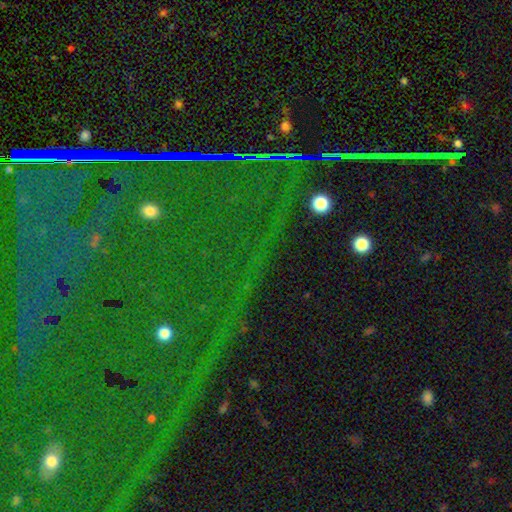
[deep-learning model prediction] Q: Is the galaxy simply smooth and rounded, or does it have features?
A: star or artifact — 84%.